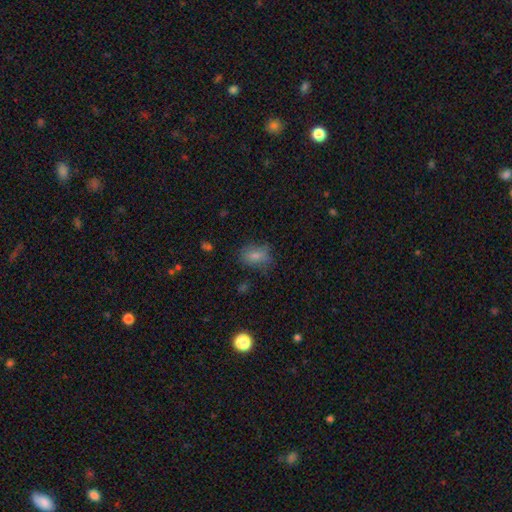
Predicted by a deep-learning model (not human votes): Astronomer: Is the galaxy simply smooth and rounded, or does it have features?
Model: smooth — 75%.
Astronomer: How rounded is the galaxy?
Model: in between — 69%.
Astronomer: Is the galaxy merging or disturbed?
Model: none — 66%.